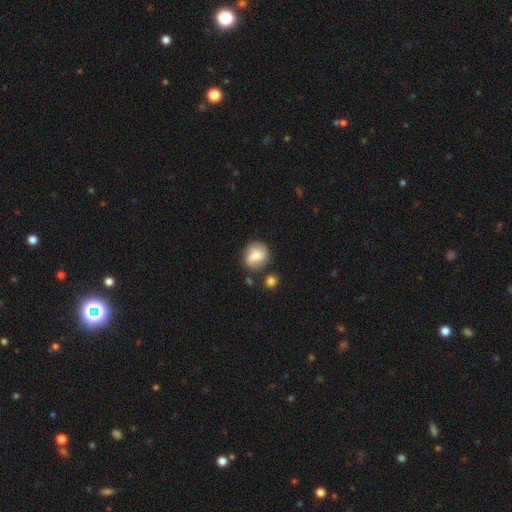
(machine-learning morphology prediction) type=smooth (67%); roundness=round (68%); merging=none (65%).